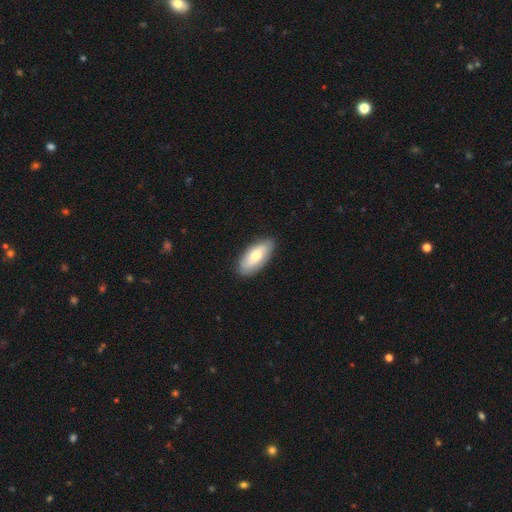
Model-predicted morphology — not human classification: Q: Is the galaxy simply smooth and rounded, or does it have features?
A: smooth — 68%.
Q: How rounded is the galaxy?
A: in between — 88%.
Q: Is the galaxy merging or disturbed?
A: none — 86%.